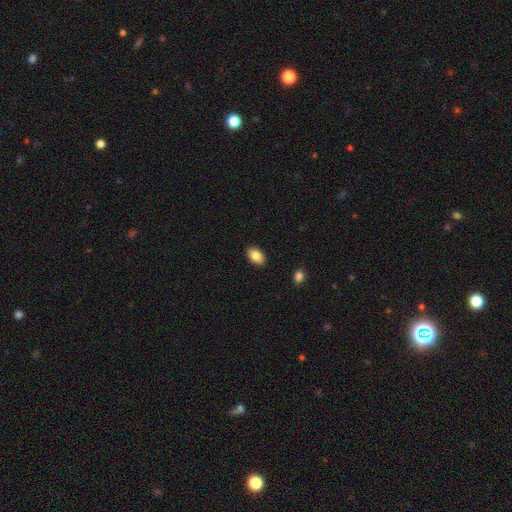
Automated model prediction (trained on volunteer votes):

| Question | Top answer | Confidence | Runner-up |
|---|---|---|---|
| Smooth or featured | smooth | 86% | star or artifact (7%) |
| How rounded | in between | 91% | round (7%) |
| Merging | none | 89% | minor disturbance (8%) |